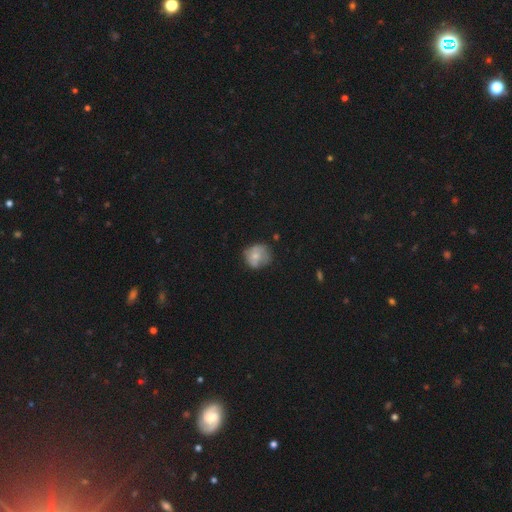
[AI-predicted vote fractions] smooth_or_featured: smooth (p=0.64) [alt: featured or disk p=0.27]
how_rounded: round (p=0.75) [alt: in between p=0.24]
merging: none (p=0.52) [alt: minor disturbance p=0.32]